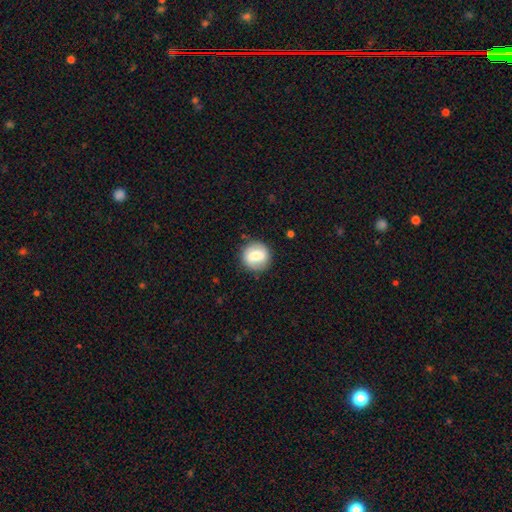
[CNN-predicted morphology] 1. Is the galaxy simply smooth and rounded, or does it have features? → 62% smooth, 30% featured or disk, 7% star or artifact.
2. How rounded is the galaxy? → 87% round, 12% in between, 1% cigar-shaped.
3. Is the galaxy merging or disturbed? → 84% none, 11% minor disturbance, 4% major disturbance, 1% merger.